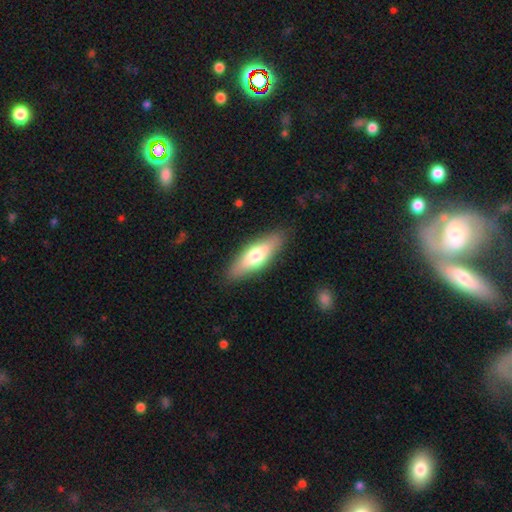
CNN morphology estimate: A smooth galaxy with no disk features (61%) that is in between round and cigar-shaped (54%). Merging: none (86%).